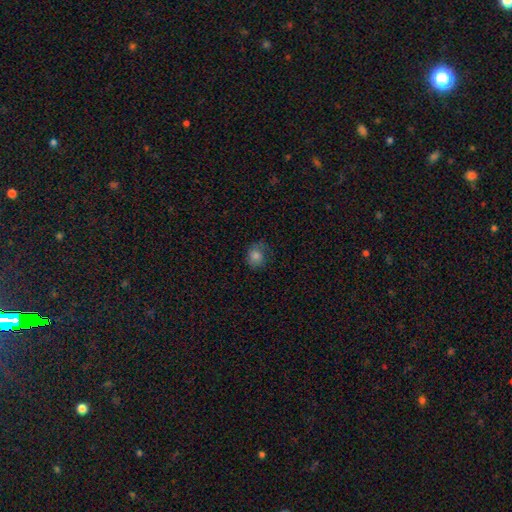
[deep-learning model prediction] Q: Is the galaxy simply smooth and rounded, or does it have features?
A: smooth — 79%.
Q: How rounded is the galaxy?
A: round — 70%.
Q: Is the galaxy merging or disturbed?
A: none — 62%.